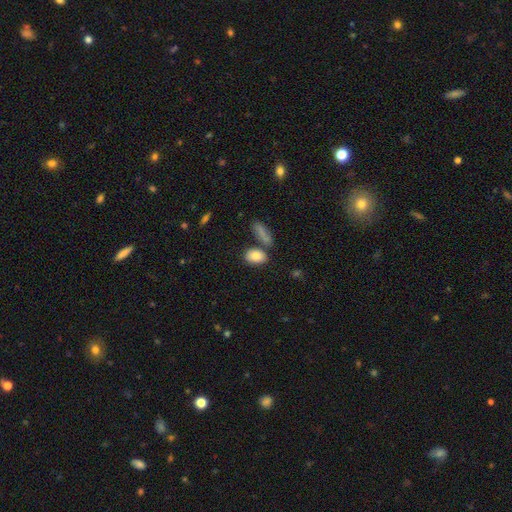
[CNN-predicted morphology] Overall: smooth (85%). How rounded: in between (87%). Merging: none (65%).